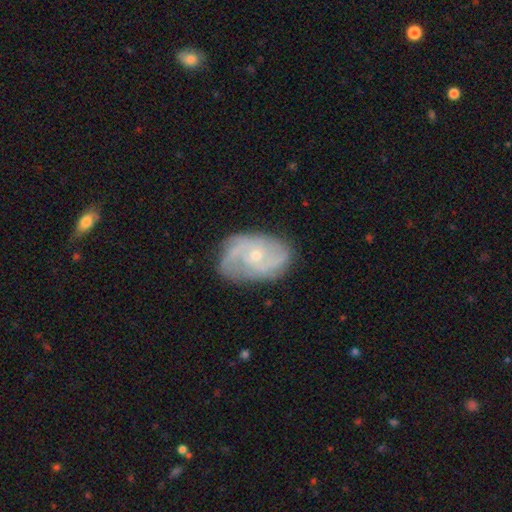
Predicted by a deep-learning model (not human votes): Overall: featured or disk (80%). Edge-on disk: no (96%). Bar: no (72%). Spiral arms: yes (93%). Spiral arm count: 2 (37%; 3 25%). Spiral winding: medium (43%; tight 37%). Bulge size: small (60%; moderate 37%). Merging: none (70%).